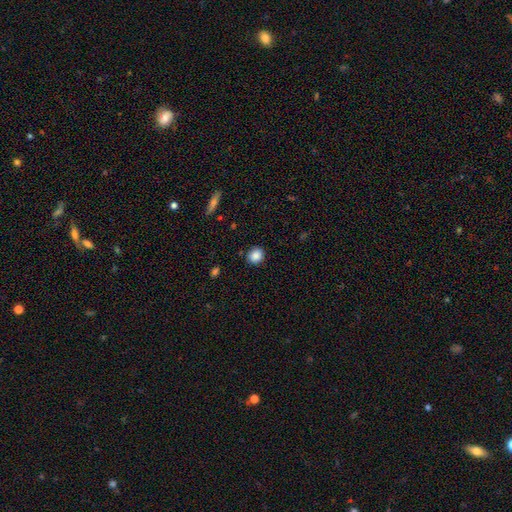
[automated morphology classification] Smooth or featured? Predicted: smooth (p=0.86). How rounded? Predicted: round (p=0.82). Merging? Predicted: none (p=0.88).